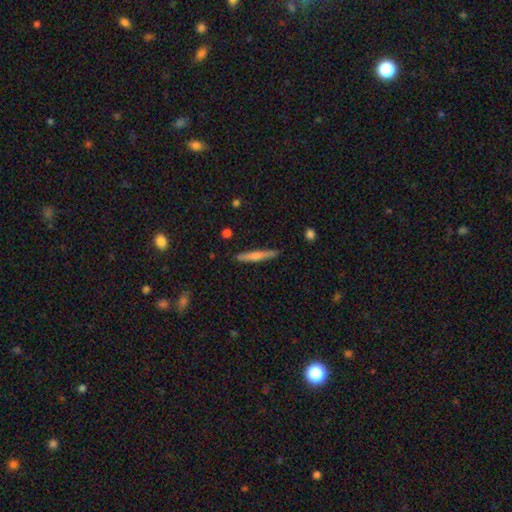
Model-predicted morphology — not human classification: A smooth galaxy with no disk features (63%) that is cigar-shaped (94%). Merging: none (87%).